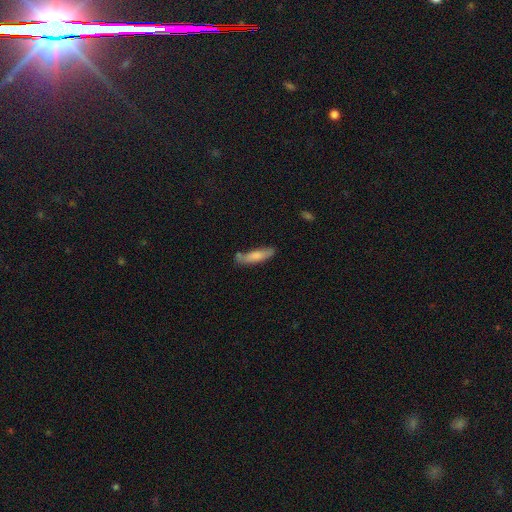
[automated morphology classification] smooth_or_featured: smooth (p=0.75) [alt: featured or disk p=0.19]
how_rounded: cigar-shaped (p=0.71) [alt: in between p=0.27]
merging: none (p=0.67) [alt: minor disturbance p=0.22]